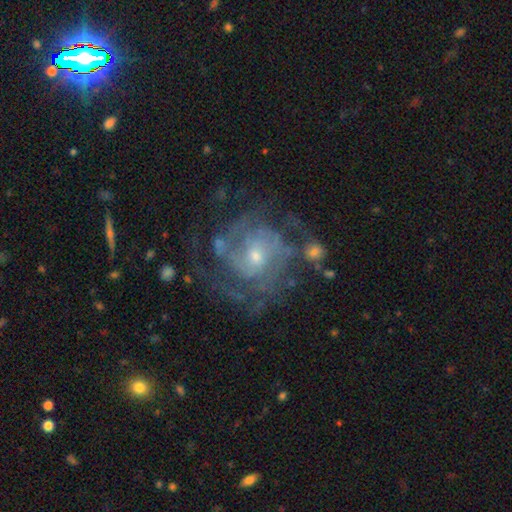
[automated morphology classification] smooth_or_featured: featured or disk (p=0.84) [alt: star or artifact p=0.09]
disk_edge_on: no (p=0.97) [alt: yes p=0.03]
bar: no (p=0.65) [alt: weak p=0.28]
has_spiral_arms: yes (p=0.93) [alt: no p=0.07]
spiral_winding: tight (p=0.63) [alt: medium p=0.30]
spiral_arm_count: can't tell (p=0.35) [alt: 3 p=0.21]
bulge_size: small (p=0.55) [alt: moderate p=0.40]
merging: none (p=0.68) [alt: minor disturbance p=0.16]